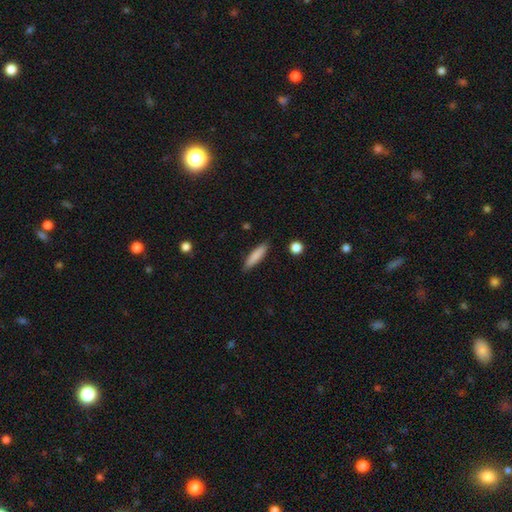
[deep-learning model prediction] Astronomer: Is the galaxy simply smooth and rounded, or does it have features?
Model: smooth — 82%.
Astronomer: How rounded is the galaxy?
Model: cigar-shaped — 79%.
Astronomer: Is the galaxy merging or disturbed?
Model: none — 87%.